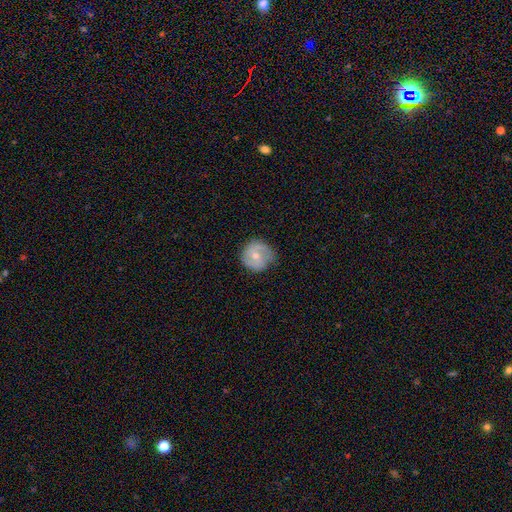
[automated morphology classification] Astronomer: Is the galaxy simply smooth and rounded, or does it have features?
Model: featured or disk — 53% (runner-up: smooth, 40%).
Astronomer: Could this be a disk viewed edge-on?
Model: no — 97%.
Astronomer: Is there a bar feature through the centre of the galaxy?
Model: no — 59%.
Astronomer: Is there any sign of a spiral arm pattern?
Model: yes — 78%.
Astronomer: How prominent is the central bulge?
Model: moderate — 51% (runner-up: small, 46%).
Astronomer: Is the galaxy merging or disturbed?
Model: none — 71%.